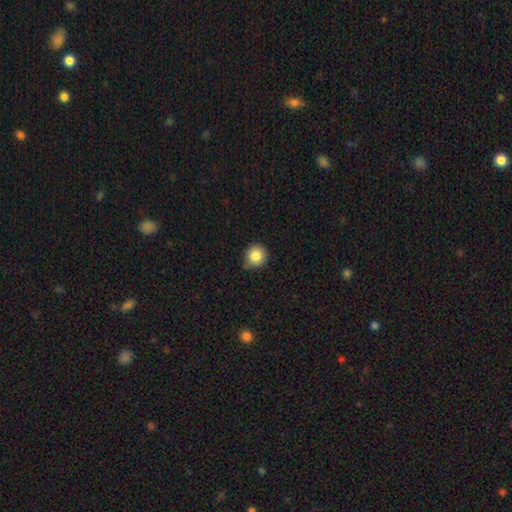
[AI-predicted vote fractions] Smooth or featured? Predicted: smooth (p=0.84). How rounded? Predicted: round (p=0.92). Merging? Predicted: none (p=0.75).